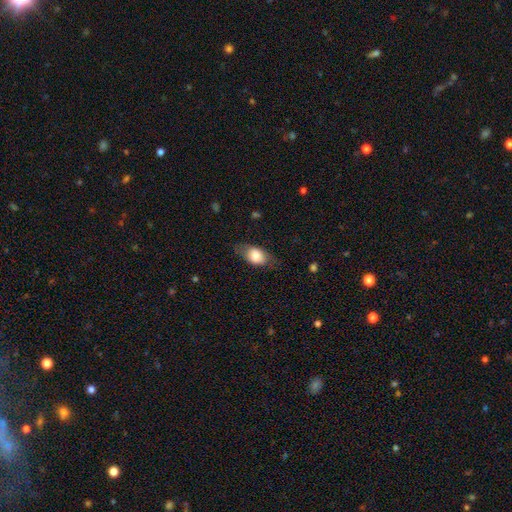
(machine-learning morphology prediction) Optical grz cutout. It shows a smooth galaxy with no disk features (72%) that is in between round and cigar-shaped (84%). Merging: none (70%).